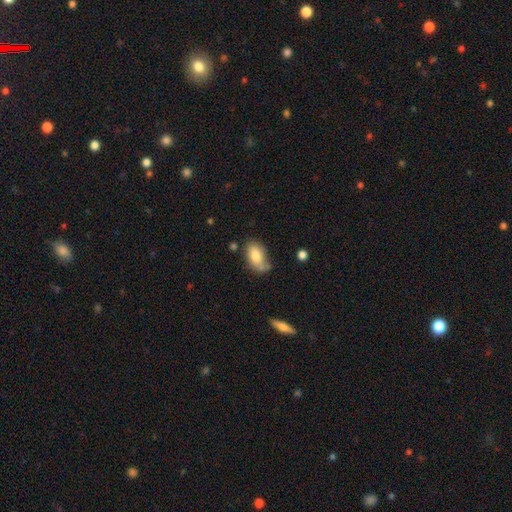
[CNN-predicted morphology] smooth-or-featured: smooth: 79% | featured or disk: 13% | star or artifact: 8%
  how-rounded: in between: 90% | round: 7% | cigar-shaped: 3%
  merging: none: 56% | minor disturbance: 25% | merger: 11% | major disturbance: 7%